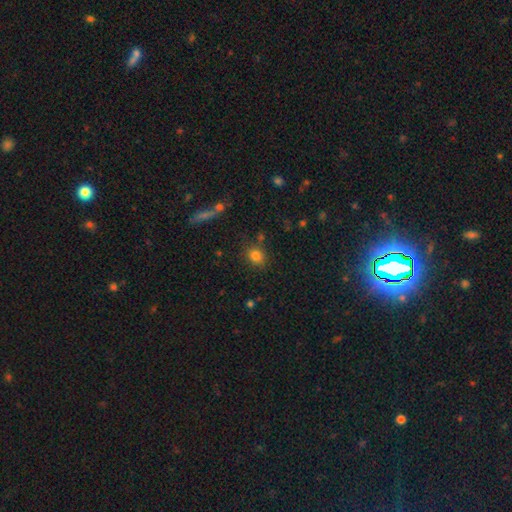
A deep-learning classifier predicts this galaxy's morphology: A smooth galaxy with no disk features (80%) that is round (68%).

Vote fractions:
- Smooth or featured? smooth: 80% / star or artifact: 13% / featured or disk: 7%
- How rounded? round: 68% / in between: 31% / cigar-shaped: 1%
- Merging? none: 81% / minor disturbance: 11% / merger: 5% / major disturbance: 4%